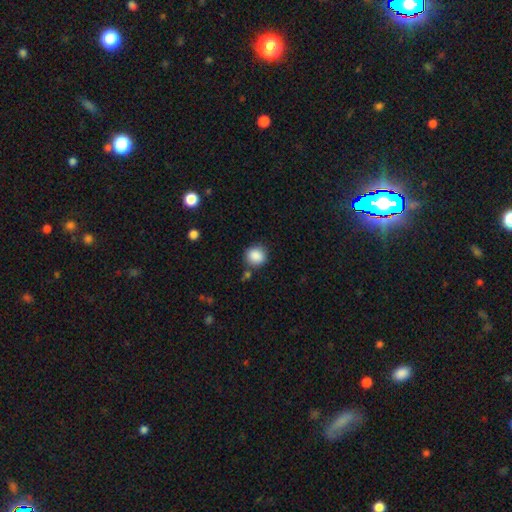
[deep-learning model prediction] smooth-or-featured: smooth: 88% | star or artifact: 9% | featured or disk: 3%
  how-rounded: round: 83% | in between: 16% | cigar-shaped: 1%
  merging: none: 80% | minor disturbance: 12% | merger: 4% | major disturbance: 3%